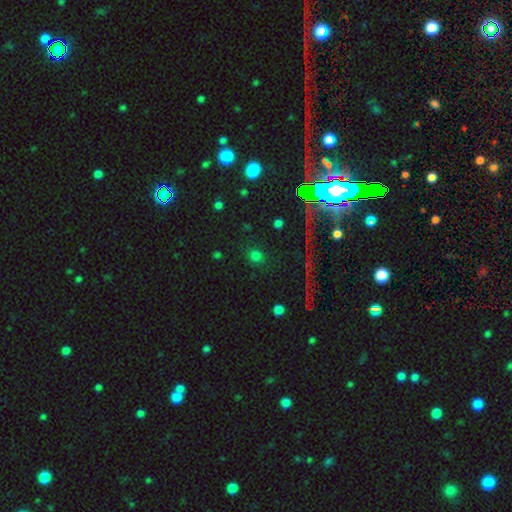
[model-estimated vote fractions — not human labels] Smooth or featured? Predicted: smooth (p=0.66). How rounded? Predicted: round (p=0.86). Merging? Predicted: none (p=0.87).